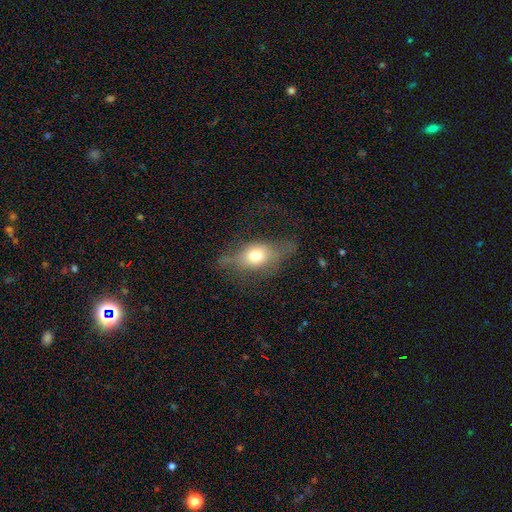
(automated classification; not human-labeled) smooth-or-featured: smooth: 62% | featured or disk: 27% | star or artifact: 11%
  how-rounded: in between: 64% | round: 31% | cigar-shaped: 5%
  merging: none: 41% | major disturbance: 29% | minor disturbance: 27% | merger: 2%